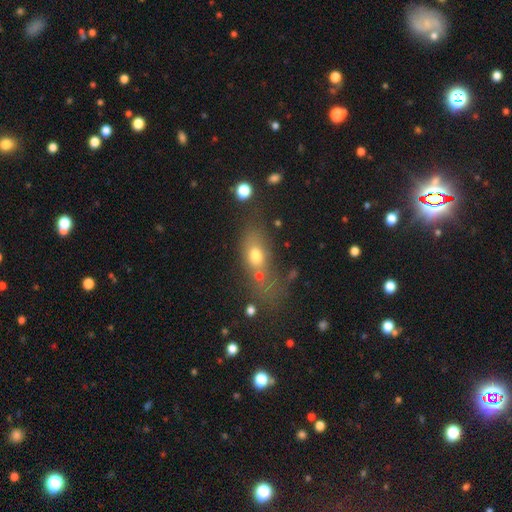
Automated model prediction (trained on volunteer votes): smooth 67%, featured or disk 19%, star or artifact 14%. Down the decision tree: how rounded — in between (69%); merging — none (39%).